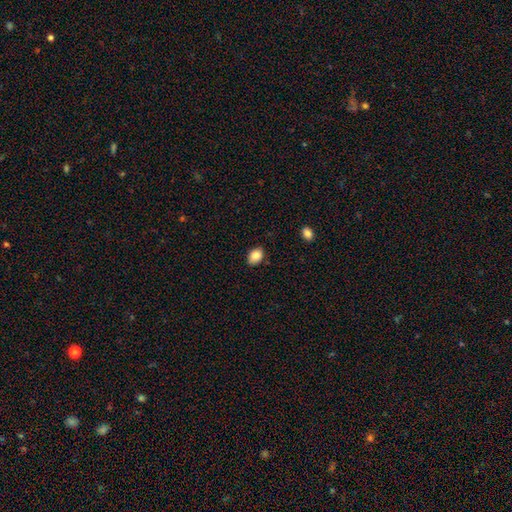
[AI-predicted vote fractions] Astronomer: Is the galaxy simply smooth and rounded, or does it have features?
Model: smooth — 87%.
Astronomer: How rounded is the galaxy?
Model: in between — 79%.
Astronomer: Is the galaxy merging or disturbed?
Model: none — 82%.